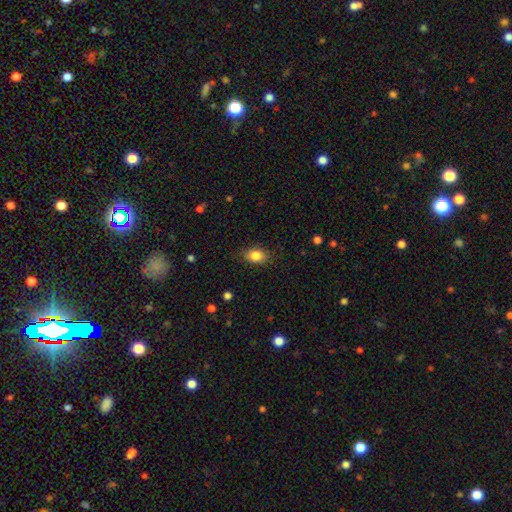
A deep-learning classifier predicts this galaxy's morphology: This appears to be a smooth galaxy with no disk features (85%) that is in between round and cigar-shaped (82%). Merging: none (83%).